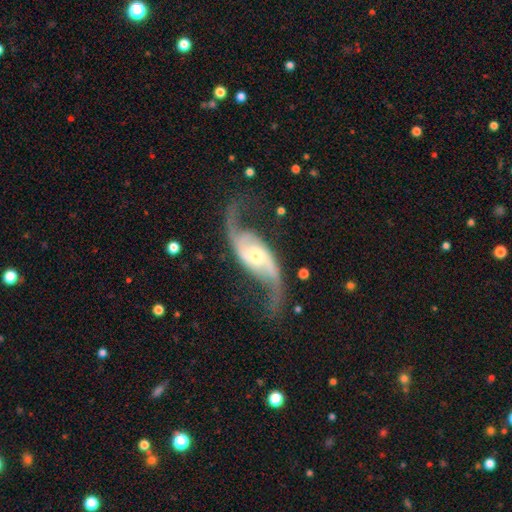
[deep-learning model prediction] A featured or disk galaxy (91%) with no bar (44%), 2 (94%) loose (79%) spiral arms (97%) and a moderate central bulge (49%). Merging: none (72%).